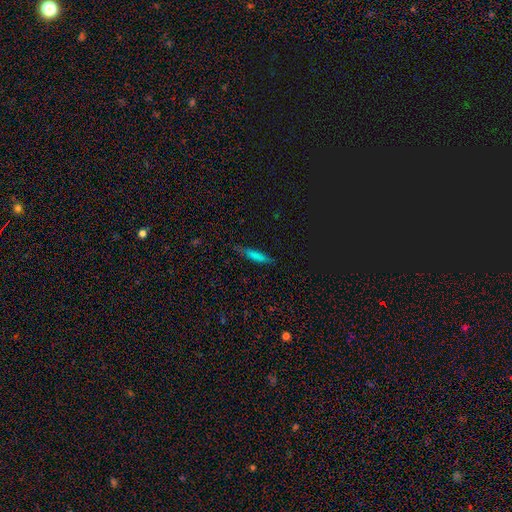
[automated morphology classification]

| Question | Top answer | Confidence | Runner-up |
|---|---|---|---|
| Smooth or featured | smooth | 63% | featured or disk (21%) |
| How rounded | cigar-shaped | 86% | in between (12%) |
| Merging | none | 81% | minor disturbance (14%) |